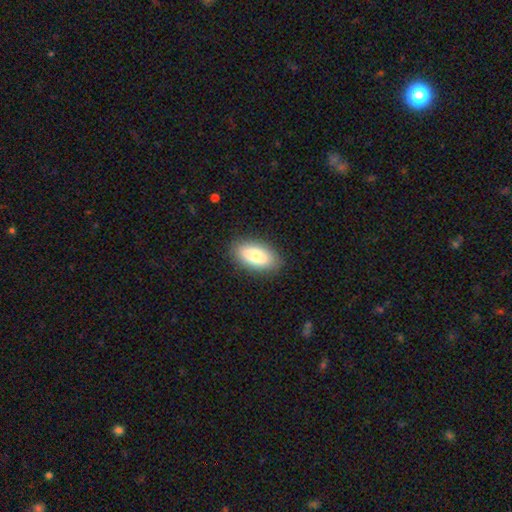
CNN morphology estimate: This is clearly a smooth galaxy (83%). How rounded: clearly in between (91%). Merging: clearly none (88%).